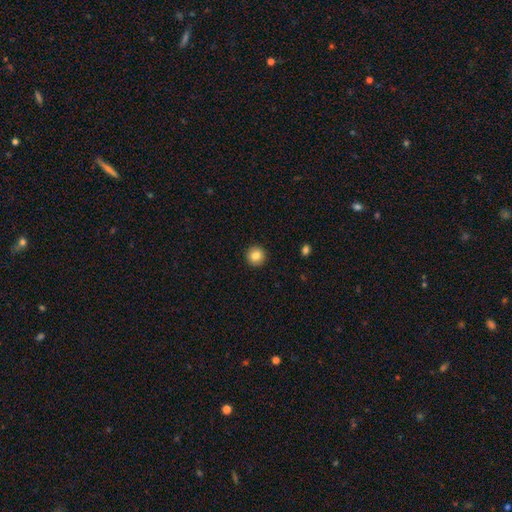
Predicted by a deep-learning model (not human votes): The model was most divided on "smooth or featured": smooth: 84%, star or artifact: 9%, featured or disk: 7%. More confident: how rounded — round (96%); merging — none (93%).